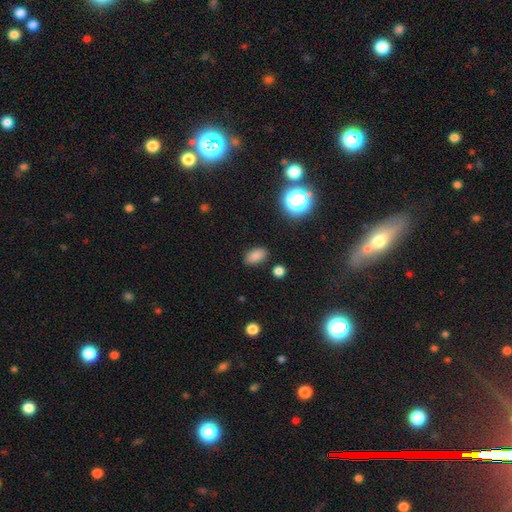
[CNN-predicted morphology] type=smooth (83%); roundness=in between (89%); merging=none (86%).